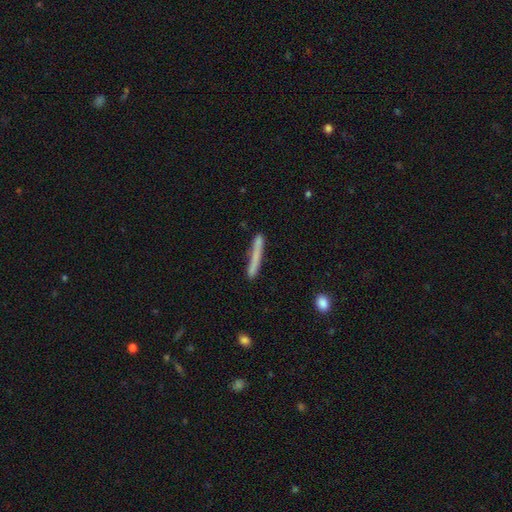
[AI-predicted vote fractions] The model was most divided on "smooth or featured": smooth: 69%, featured or disk: 24%, star or artifact: 7%. More confident: how rounded — cigar-shaped (96%); merging — none (80%).